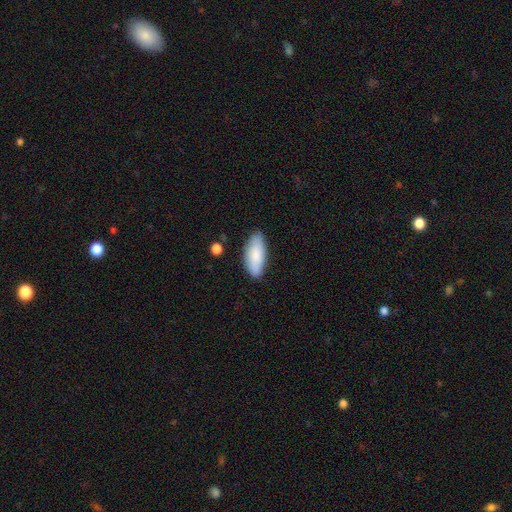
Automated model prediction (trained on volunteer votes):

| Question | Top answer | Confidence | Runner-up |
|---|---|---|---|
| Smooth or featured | smooth | 83% | featured or disk (11%) |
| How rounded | in between | 83% | cigar-shaped (15%) |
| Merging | none | 82% | minor disturbance (14%) |